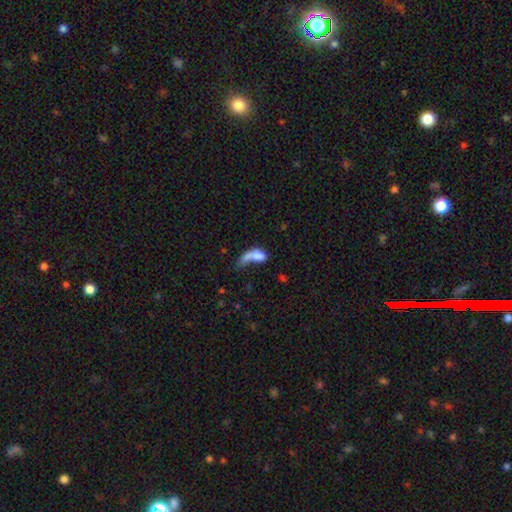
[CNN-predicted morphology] Overall: smooth (68%). How rounded: in between (75%). Merging: major disturbance (36%; merger 31%).